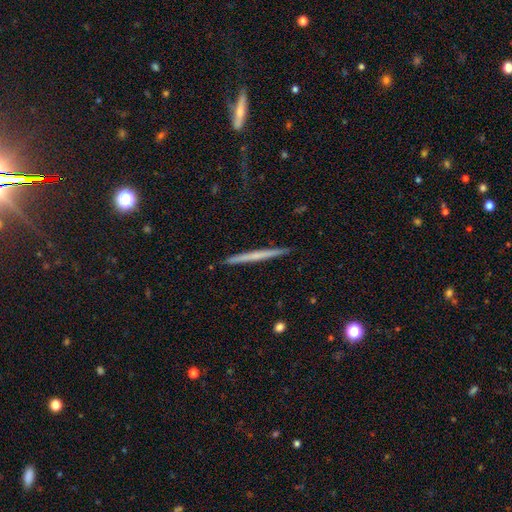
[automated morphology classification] This appears to be a featured or disk galaxy (52%) viewed edge-on (98%) with no central bulge (82%). Merging: none (90%).